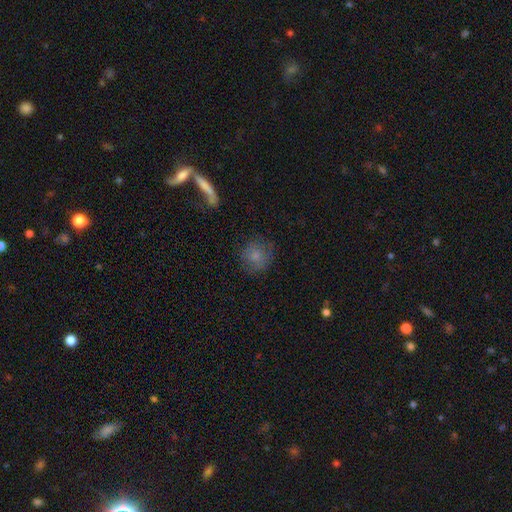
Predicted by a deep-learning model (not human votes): Smooth or featured? Predicted: smooth (p=0.78). How rounded? Predicted: round (p=0.88). Merging? Predicted: none (p=0.76).